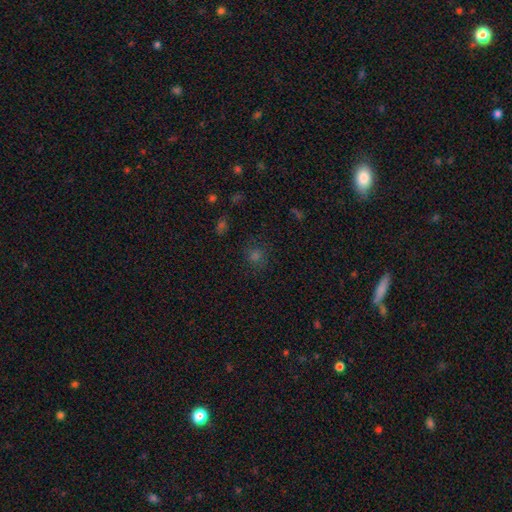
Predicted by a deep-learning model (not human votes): This is possibly a smooth galaxy (54%). How rounded: clearly round (87%). Merging: clearly none (83%).